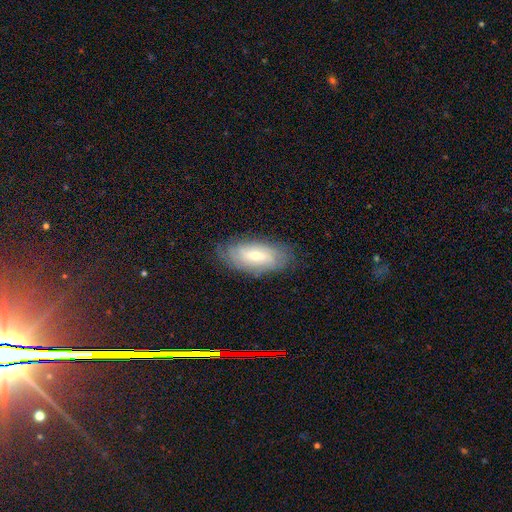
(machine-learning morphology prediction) This is possibly a smooth galaxy (47%). Merging: likely none (79%).